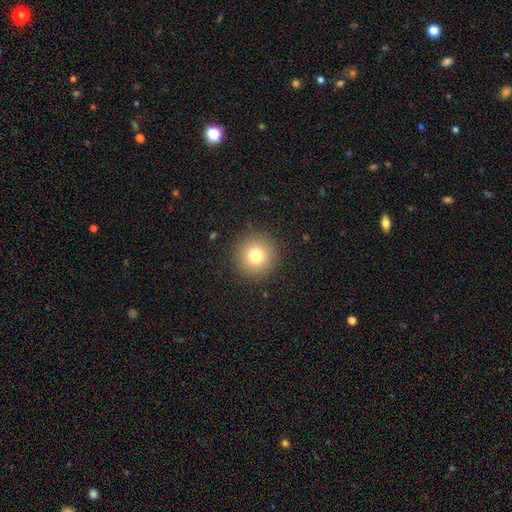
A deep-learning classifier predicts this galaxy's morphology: type=smooth (78%); roundness=round (96%); merging=none (90%).